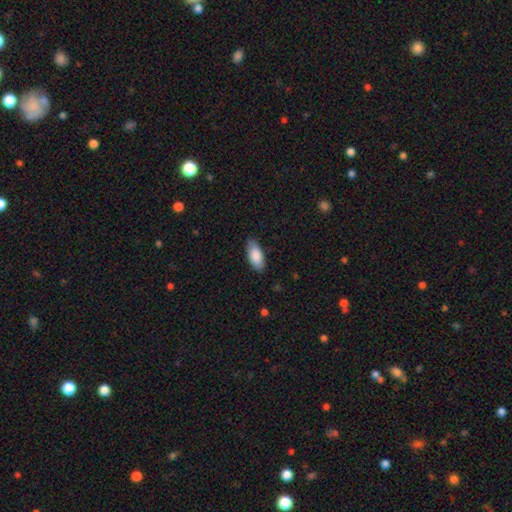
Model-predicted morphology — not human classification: A smooth galaxy with no disk features (86%) that is in between round and cigar-shaped (91%).

Vote fractions:
- Smooth or featured? smooth: 86% / featured or disk: 8% / star or artifact: 6%
- How rounded? in between: 91% / cigar-shaped: 8% / round: 2%
- Merging? none: 84% / minor disturbance: 13% / major disturbance: 2% / merger: 1%